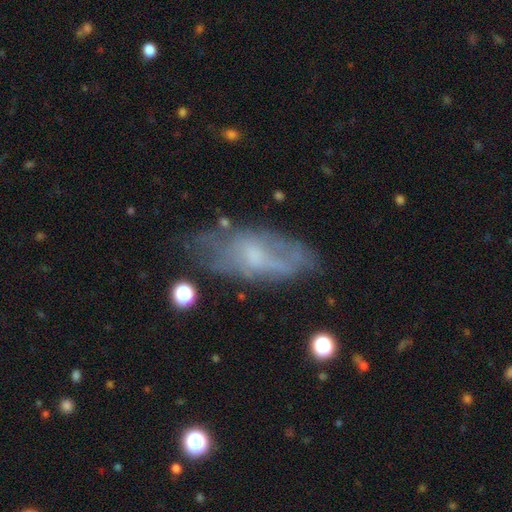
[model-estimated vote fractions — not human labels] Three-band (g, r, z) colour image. It shows a featured or disk galaxy (52%). Merging: none (58%).